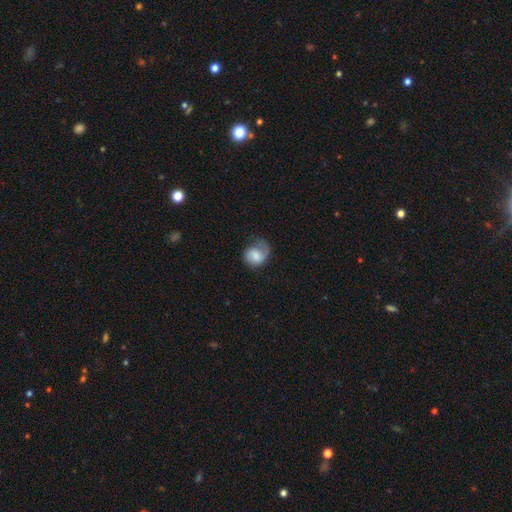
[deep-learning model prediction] The model was most divided on "smooth or featured": featured or disk: 47%, smooth: 45%, star or artifact: 7%. Remaining: merging — none (48%).